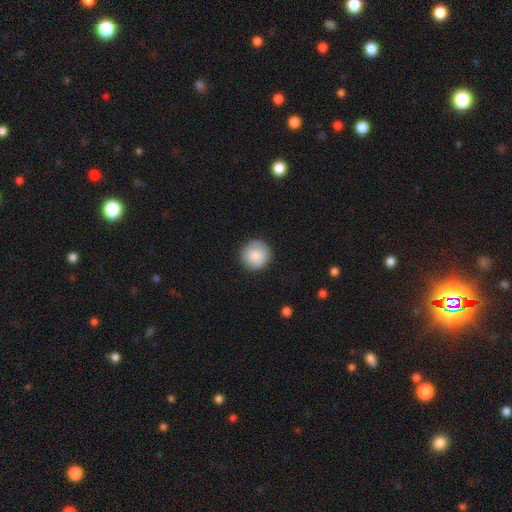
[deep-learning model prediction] Smooth or featured?
  - smooth: 84% *
  - featured or disk: 9%
  - star or artifact: 7%
How rounded?
  - round: 94% *
  - in between: 5%
  - cigar-shaped: 1%
Merging?
  - none: 86% *
  - minor disturbance: 11%
  - major disturbance: 3%
  - merger: 1%